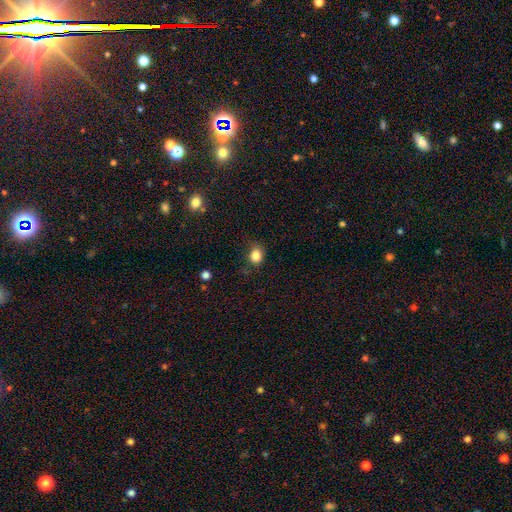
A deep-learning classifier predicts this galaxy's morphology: Smooth or featured? Predicted: smooth (p=0.85). How rounded? Predicted: round (p=0.62). Merging? Predicted: none (p=0.70).